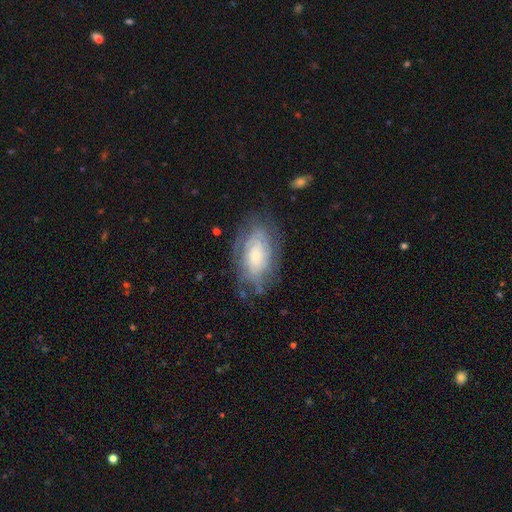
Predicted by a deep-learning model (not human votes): A featured or disk galaxy (68%) with no bar (73%), tight (64%) spiral arms (82%) and a small central bulge (50%). Merging: none (69%).